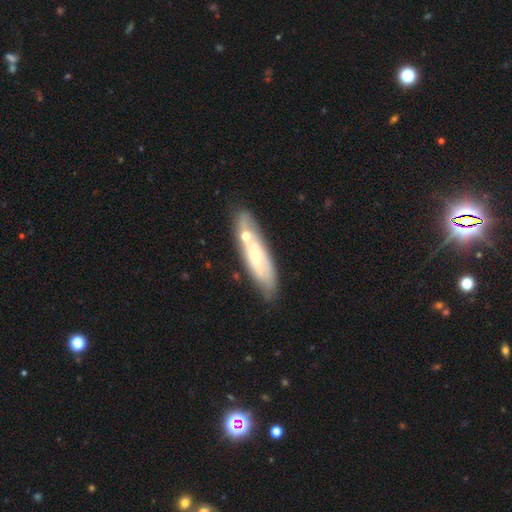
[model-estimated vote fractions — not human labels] smooth_or_featured: featured or disk (p=0.53) [alt: smooth p=0.41]
disk_edge_on: no (p=0.65) [alt: yes p=0.35]
merging: none (p=0.64) [alt: minor disturbance p=0.17]